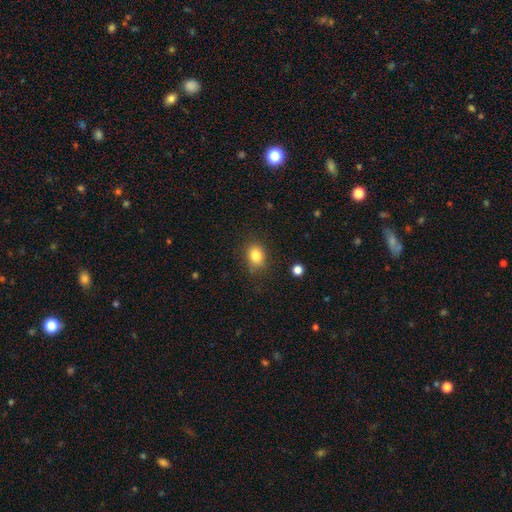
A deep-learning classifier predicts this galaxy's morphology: smooth_or_featured: smooth (p=0.83) [alt: star or artifact p=0.11]
how_rounded: in between (p=0.51) [alt: round p=0.48]
merging: none (p=0.79) [alt: minor disturbance p=0.15]